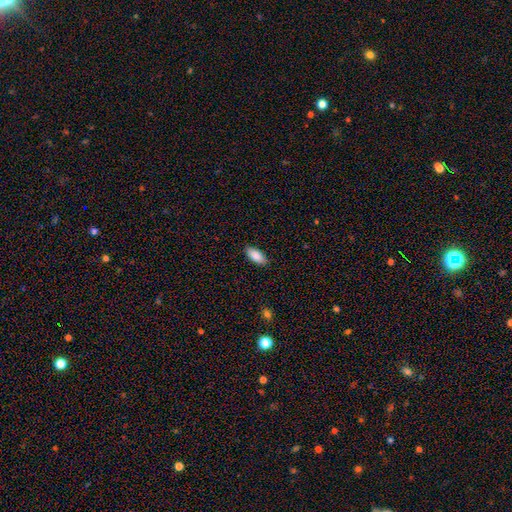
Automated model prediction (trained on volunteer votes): A smooth galaxy with no disk features (88%) that is in between round and cigar-shaped (88%).

Vote fractions:
- Smooth or featured? smooth: 88% / star or artifact: 6% / featured or disk: 5%
- How rounded? in between: 88% / cigar-shaped: 10% / round: 2%
- Merging? none: 86% / minor disturbance: 11% / major disturbance: 2% / merger: 1%